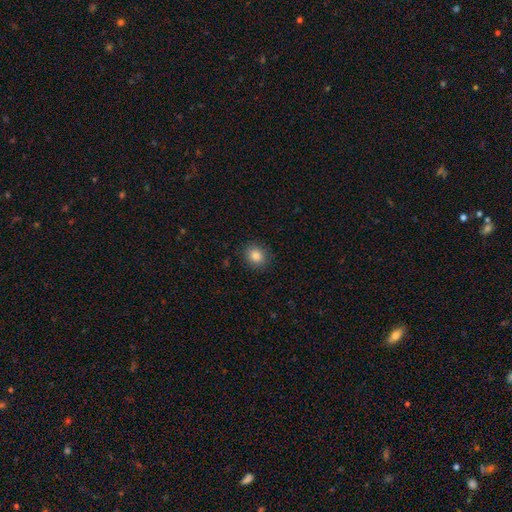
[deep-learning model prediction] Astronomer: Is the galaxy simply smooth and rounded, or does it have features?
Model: smooth — 85%.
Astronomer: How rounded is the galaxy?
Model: round — 71%.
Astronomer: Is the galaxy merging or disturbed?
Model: none — 89%.